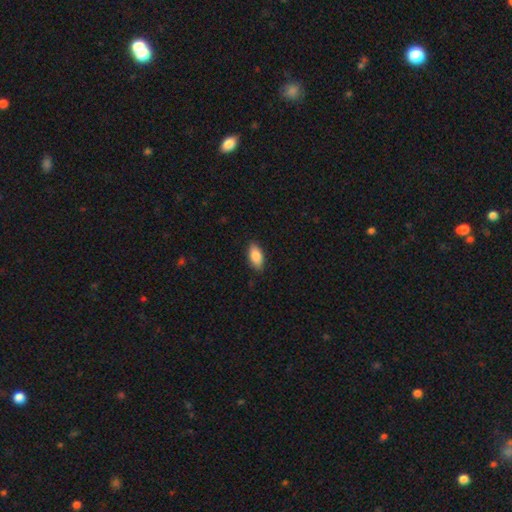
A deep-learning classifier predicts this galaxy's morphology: Smooth or featured? Predicted: smooth (p=0.87). How rounded? Predicted: in between (p=0.90). Merging? Predicted: none (p=0.87).